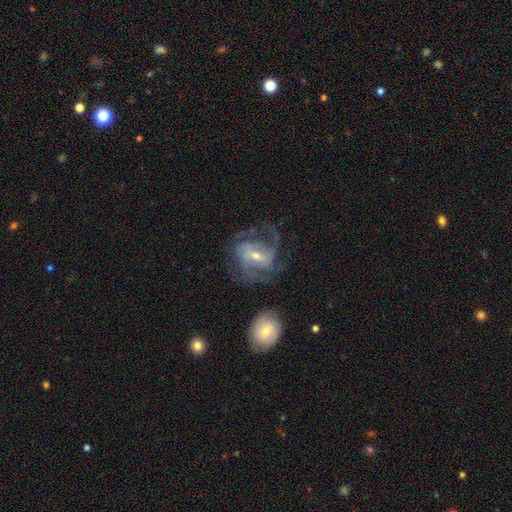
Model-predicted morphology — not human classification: Smooth or featured? Predicted: featured or disk (p=0.80). Edge-on disk? Predicted: no (p=0.97). Bar? Predicted: weak (p=0.50). Spiral arms? Predicted: yes (p=0.90). Spiral winding? Predicted: medium (p=0.49). Spiral arm count? Predicted: 2 (p=0.43). Bulge size? Predicted: small (p=0.50). Merging? Predicted: none (p=0.50).